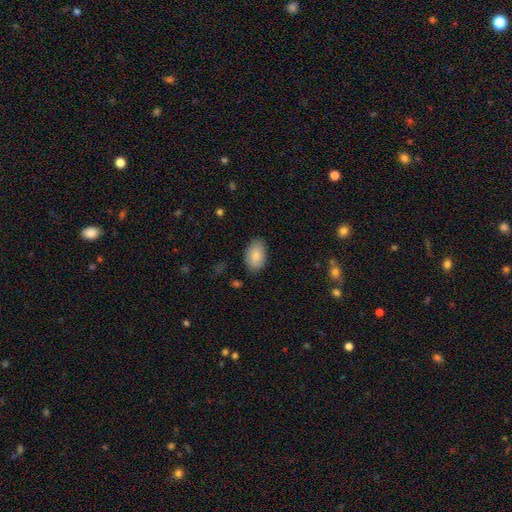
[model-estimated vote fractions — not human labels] Smooth or featured? smooth (86%)
How rounded? in between (92%)
Merging? none (83%)